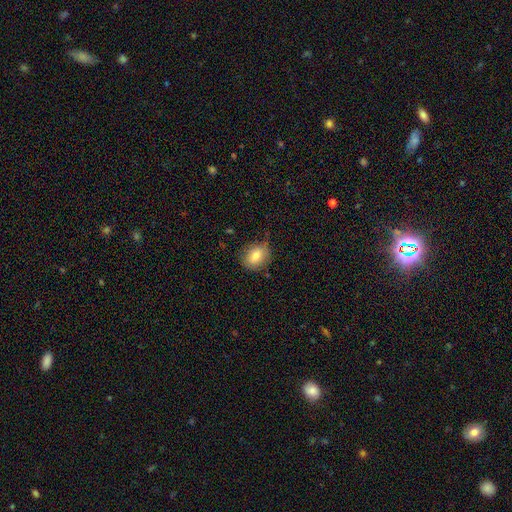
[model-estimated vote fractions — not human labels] smooth-or-featured: smooth: 78% | featured or disk: 13% | star or artifact: 9%
  how-rounded: round: 54% | in between: 44% | cigar-shaped: 1%
  merging: none: 74% | minor disturbance: 20% | major disturbance: 4% | merger: 2%